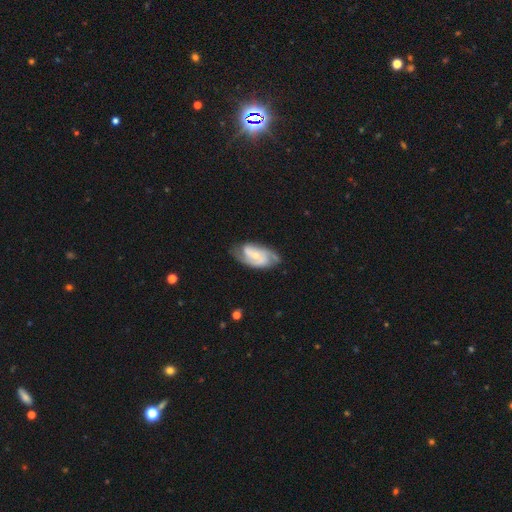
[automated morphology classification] type=featured or disk (80%); edge-on=no (96%); bar=no (56%); spiral arms=yes (94%); winding=medium (44%); arm count=2 (60%); bulge=small (54%); merging=none (69%).